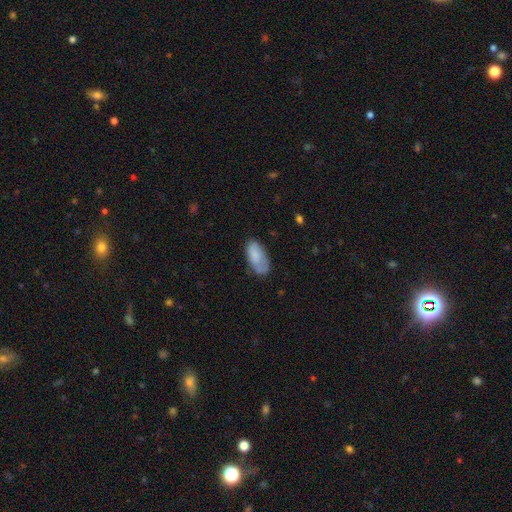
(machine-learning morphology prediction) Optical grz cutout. It shows a smooth galaxy with no disk features (77%) that is in between round and cigar-shaped (92%). Merging: none (60%).